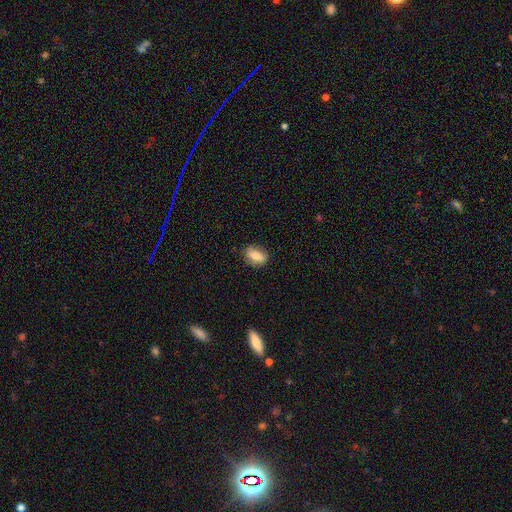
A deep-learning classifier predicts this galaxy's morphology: This appears to be a smooth galaxy with no disk features (78%) that is in between round and cigar-shaped (80%). Merging: none (83%).